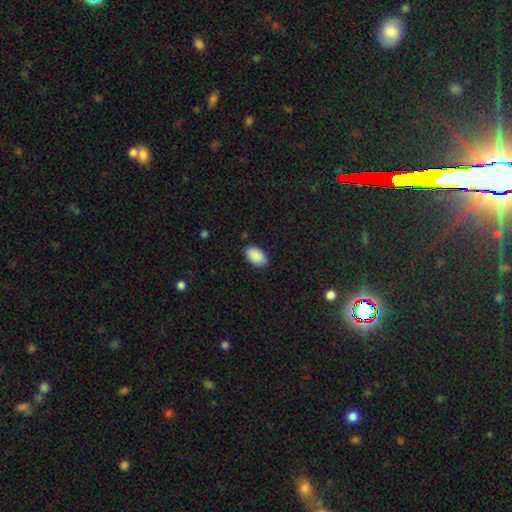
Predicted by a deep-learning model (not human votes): Smooth or featured?
  - smooth: 90% *
  - star or artifact: 7%
  - featured or disk: 3%
How rounded?
  - in between: 94% *
  - round: 5%
  - cigar-shaped: 1%
Merging?
  - none: 86% *
  - minor disturbance: 11%
  - major disturbance: 2%
  - merger: 1%